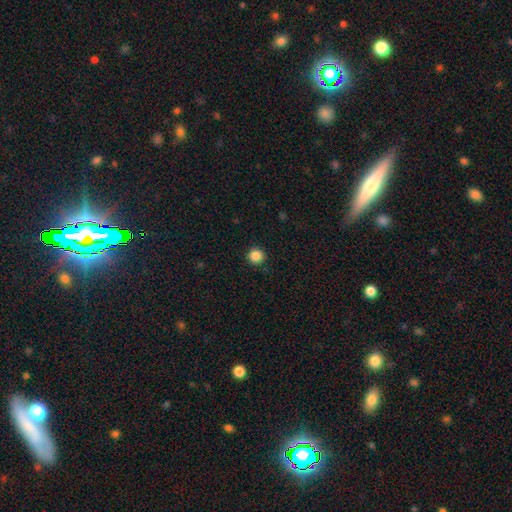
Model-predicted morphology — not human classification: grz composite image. It shows a smooth galaxy with no disk features (86%) that is round (95%). Merging: none (92%).